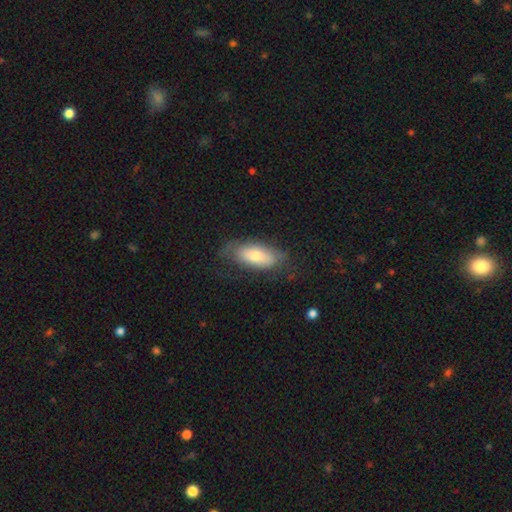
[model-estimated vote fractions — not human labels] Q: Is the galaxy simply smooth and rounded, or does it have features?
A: smooth — 60%.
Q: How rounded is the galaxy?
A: in between — 83%.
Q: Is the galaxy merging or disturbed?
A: none — 66%.